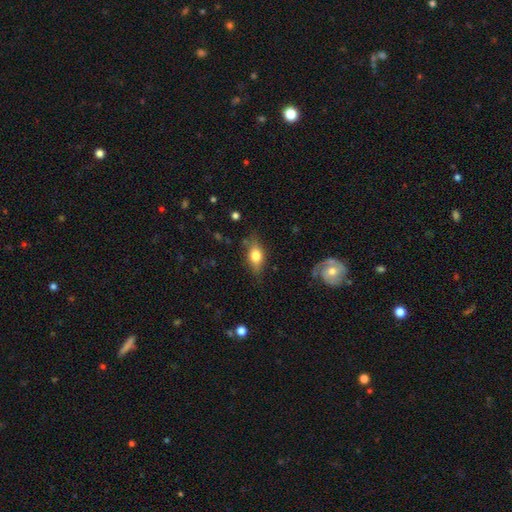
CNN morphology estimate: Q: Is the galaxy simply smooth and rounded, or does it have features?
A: smooth — 66%.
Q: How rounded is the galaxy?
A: in between — 79%.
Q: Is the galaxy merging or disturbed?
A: none — 72%.